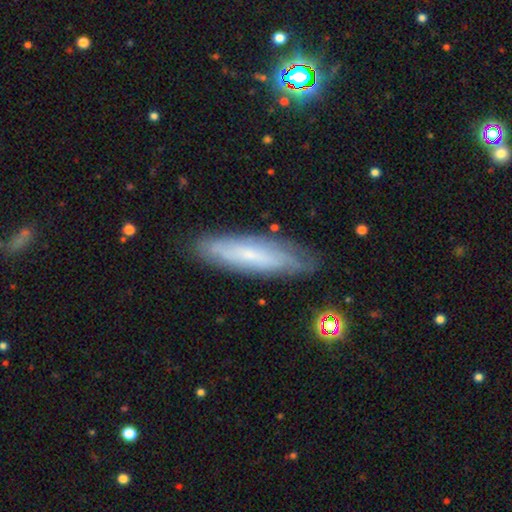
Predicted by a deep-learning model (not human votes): A featured or disk galaxy (51%).

Vote fractions:
- Smooth or featured? featured or disk: 51% / smooth: 41% / star or artifact: 9%
- Edge-on disk? no: 51% / yes: 49%
- Merging? none: 82% / minor disturbance: 14% / major disturbance: 3% / merger: 1%